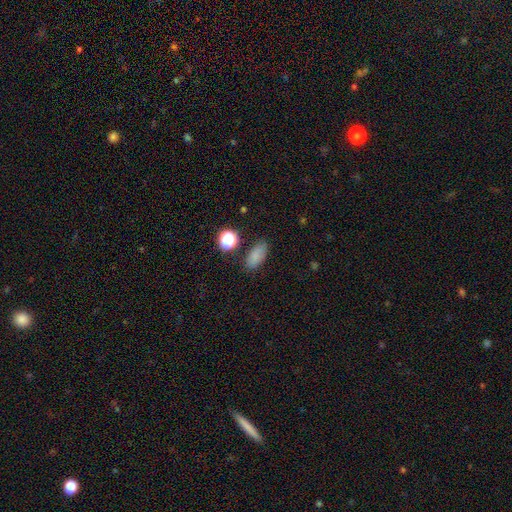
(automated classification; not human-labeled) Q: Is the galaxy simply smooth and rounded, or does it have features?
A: smooth — 80%.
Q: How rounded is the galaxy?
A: in between — 87%.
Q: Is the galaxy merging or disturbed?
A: none — 81%.